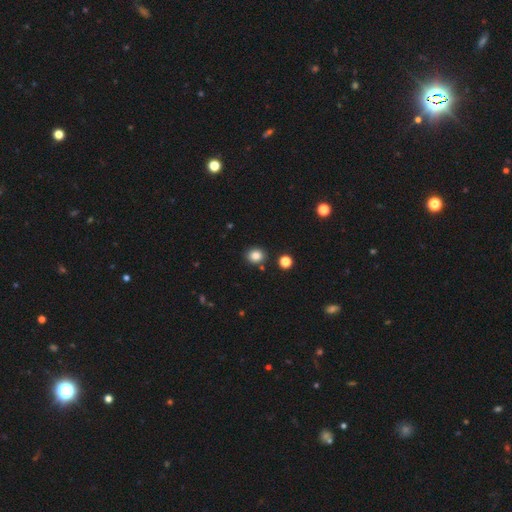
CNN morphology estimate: This is clearly a smooth galaxy (84%). How rounded: likely round (73%). Merging: clearly none (85%).